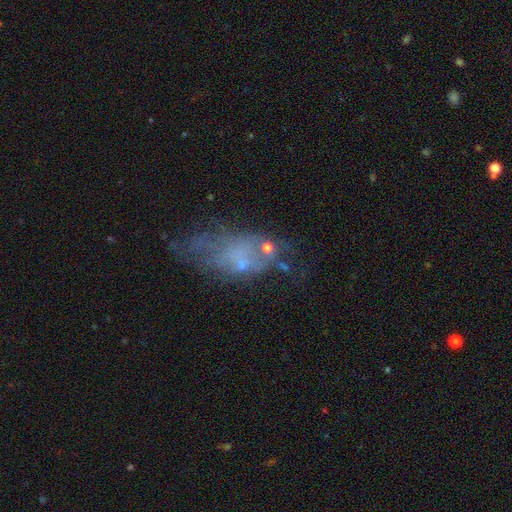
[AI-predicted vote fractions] smooth-or-featured: featured or disk: 48% | smooth: 34% | star or artifact: 18%
  merging: none: 38% | major disturbance: 29% | minor disturbance: 22% | merger: 11%